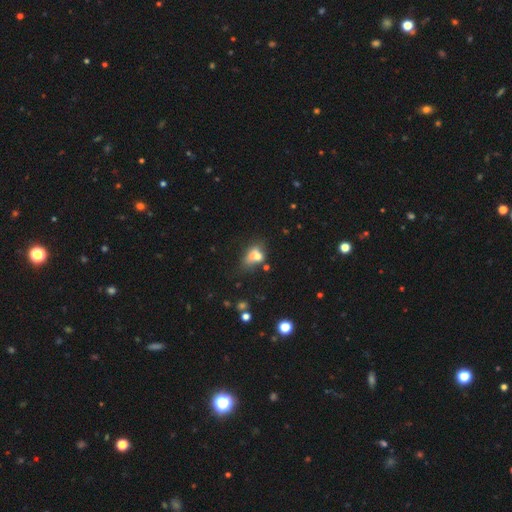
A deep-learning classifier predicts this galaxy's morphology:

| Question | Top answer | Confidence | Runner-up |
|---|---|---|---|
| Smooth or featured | smooth | 68% | featured or disk (19%) |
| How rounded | in between | 71% | round (27%) |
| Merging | none | 29% | minor disturbance (28%) |